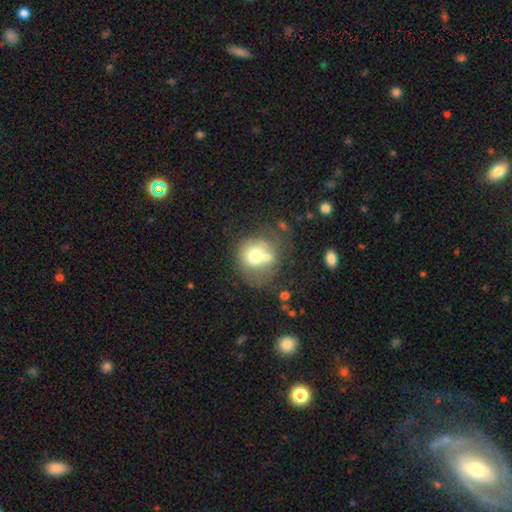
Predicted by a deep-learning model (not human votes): smooth 61%, featured or disk 28%, star or artifact 10%. Down the decision tree: how rounded — round (79%); merging — merger (38%).